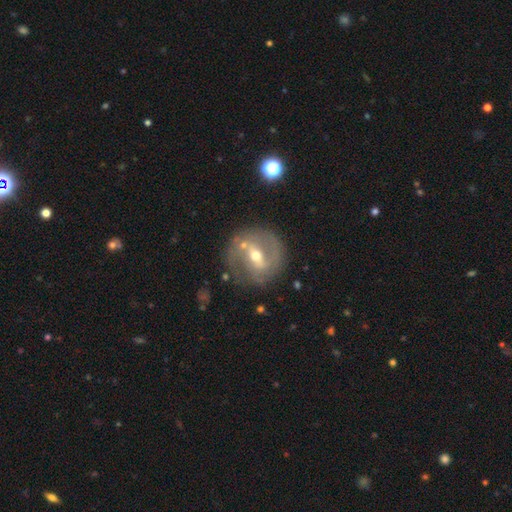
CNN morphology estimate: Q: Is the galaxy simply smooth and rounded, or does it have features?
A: featured or disk — 75%.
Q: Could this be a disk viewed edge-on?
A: no — 93%.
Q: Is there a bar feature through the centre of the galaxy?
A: strong — 44%.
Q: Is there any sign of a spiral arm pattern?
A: yes — 71%.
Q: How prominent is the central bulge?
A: moderate — 61%.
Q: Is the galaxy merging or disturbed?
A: none — 74%.